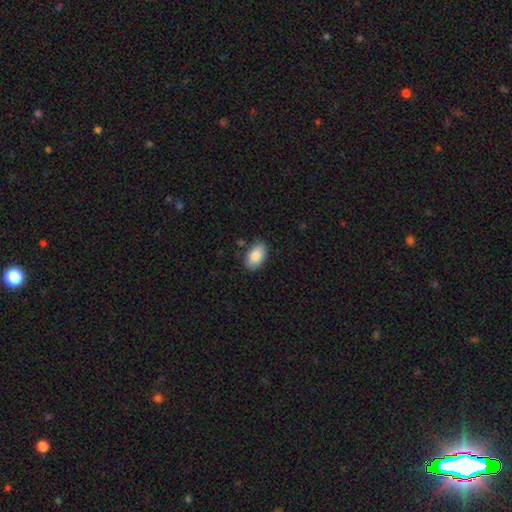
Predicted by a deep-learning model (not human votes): Overall: smooth (88%). How rounded: in between (93%). Merging: none (81%).